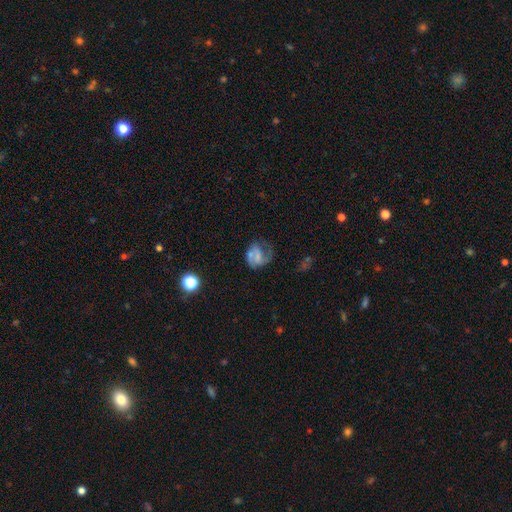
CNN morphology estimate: Q: Smooth or featured?
A: featured or disk (52%); runner-up: smooth (37%)
Q: Edge-on disk?
A: no (98%); runner-up: yes (2%)
Q: Bar?
A: no (61%); runner-up: weak (30%)
Q: Spiral arms?
A: yes (63%); runner-up: no (37%)
Q: Bulge size?
A: none (47%); runner-up: small (28%)
Q: Merging?
A: major disturbance (35%); runner-up: none (33%)